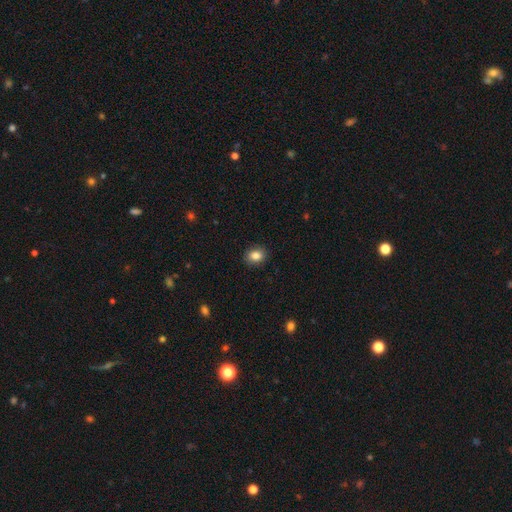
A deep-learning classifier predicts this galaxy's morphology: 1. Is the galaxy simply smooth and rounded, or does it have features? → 85% smooth, 9% star or artifact, 6% featured or disk.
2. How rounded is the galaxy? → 52% in between, 47% round, 1% cigar-shaped.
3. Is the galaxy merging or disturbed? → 89% none, 8% minor disturbance, 2% major disturbance, 1% merger.